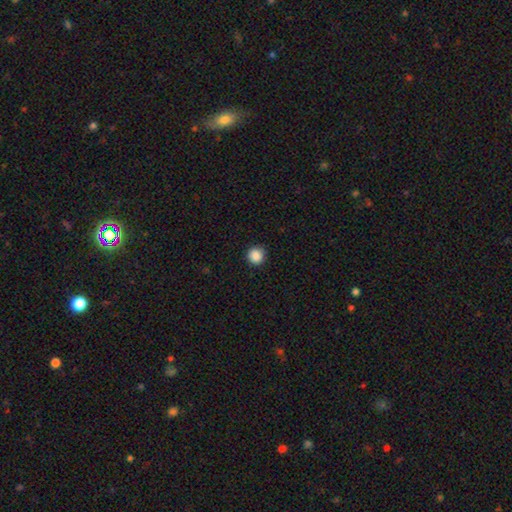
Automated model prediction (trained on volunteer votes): A smooth galaxy with no disk features (88%) that is round (95%). Merging: none (92%).